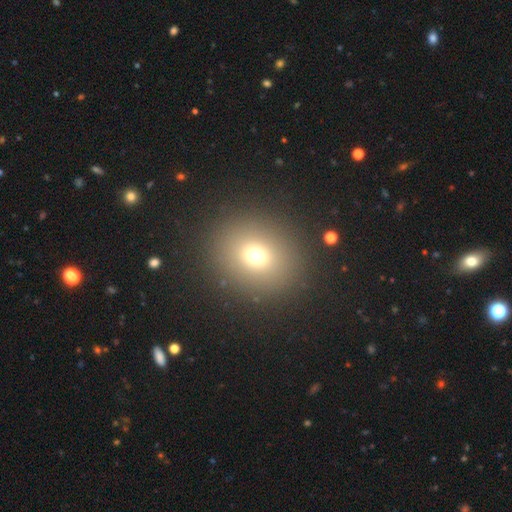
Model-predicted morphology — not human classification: The model was most divided on "smooth or featured": smooth: 71%, star or artifact: 19%, featured or disk: 10%. More confident: merging — none (88%); how rounded — round (80%).